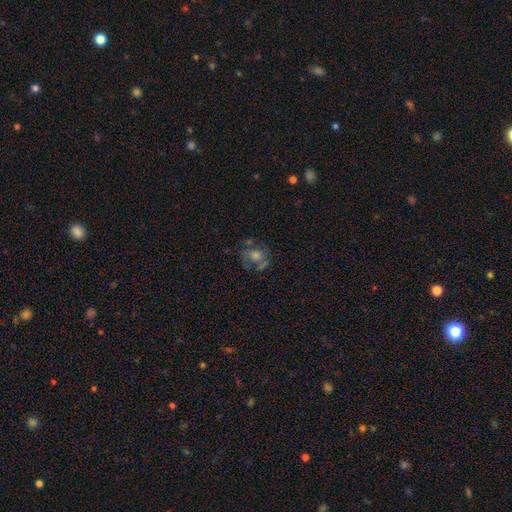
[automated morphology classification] The model was most divided on "smooth or featured": featured or disk: 49%, smooth: 31%, star or artifact: 20%. More confident: merging — none (62%).